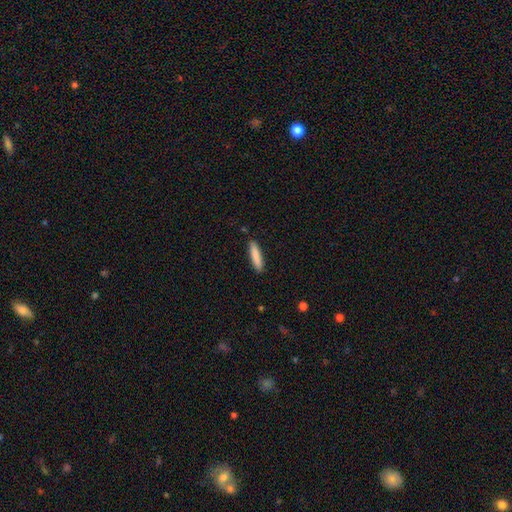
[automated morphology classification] Overall: smooth (86%). How rounded: cigar-shaped (83%). Merging: none (88%).